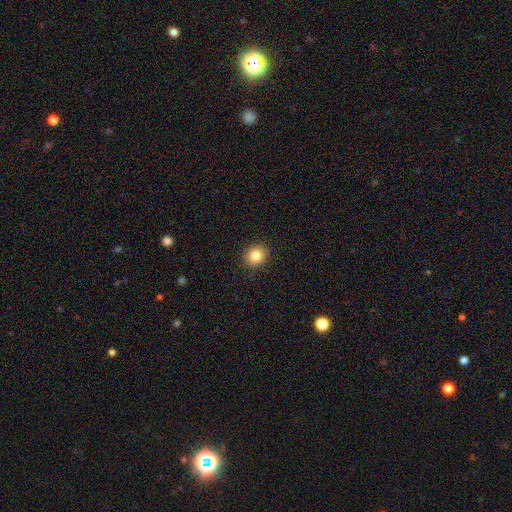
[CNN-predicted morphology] This appears to be a smooth galaxy with no disk features (83%) that is round (81%). Merging: none (91%).